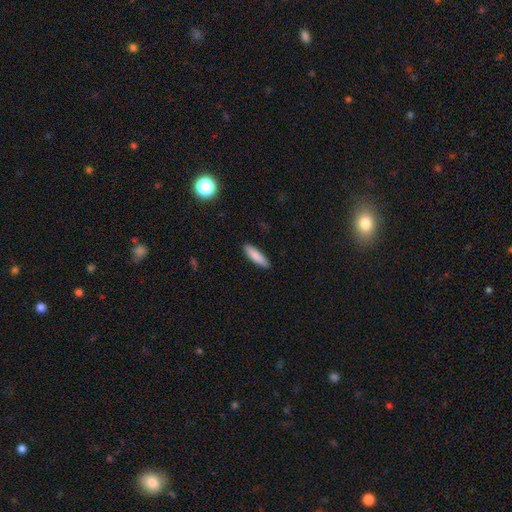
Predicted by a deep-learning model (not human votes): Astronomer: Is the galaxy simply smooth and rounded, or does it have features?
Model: smooth — 86%.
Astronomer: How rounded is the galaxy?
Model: cigar-shaped — 68%.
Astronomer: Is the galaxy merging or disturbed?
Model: none — 88%.